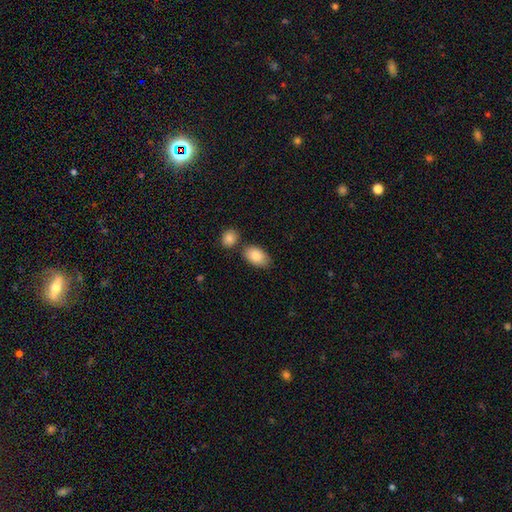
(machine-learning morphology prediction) A smooth galaxy with no disk features (86%) that is in between round and cigar-shaped (92%).

Vote fractions:
- Smooth or featured? smooth: 86% / featured or disk: 7% / star or artifact: 6%
- How rounded? in between: 92% / round: 7% / cigar-shaped: 1%
- Merging? none: 70% / minor disturbance: 13% / merger: 13% / major disturbance: 3%